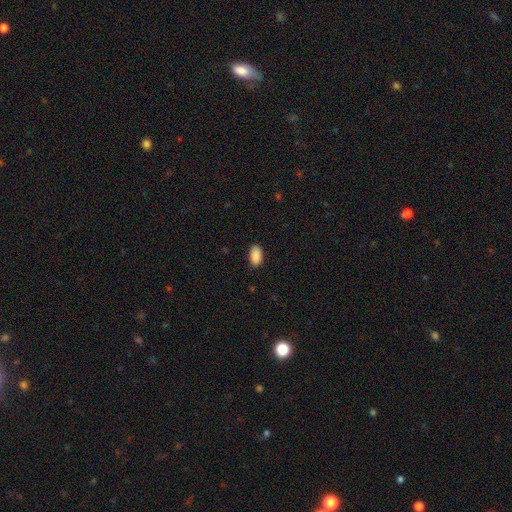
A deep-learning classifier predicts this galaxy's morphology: smooth_or_featured: smooth (p=0.90) [alt: star or artifact p=0.07]
how_rounded: in between (p=0.94) [alt: round p=0.04]
merging: none (p=0.87) [alt: minor disturbance p=0.10]